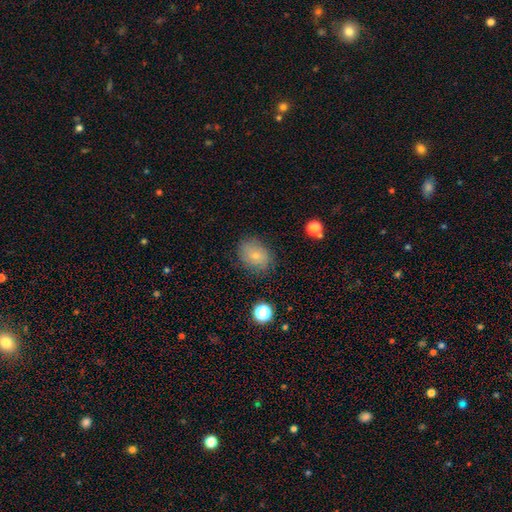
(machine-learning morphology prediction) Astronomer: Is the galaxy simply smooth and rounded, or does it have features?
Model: smooth — 77%.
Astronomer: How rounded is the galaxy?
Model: in between — 66%.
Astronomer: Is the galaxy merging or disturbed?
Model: none — 78%.